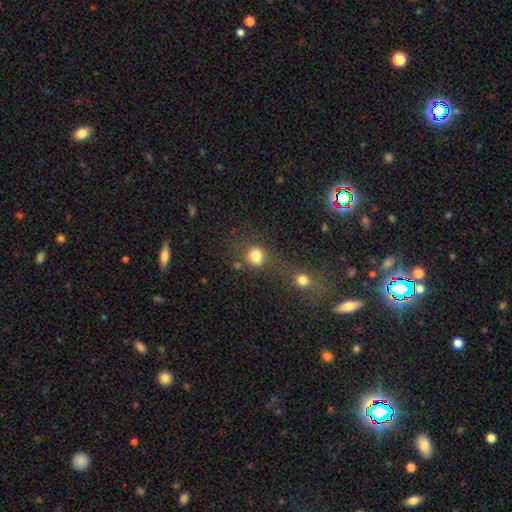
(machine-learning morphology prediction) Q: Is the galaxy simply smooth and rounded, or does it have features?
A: smooth — 79%.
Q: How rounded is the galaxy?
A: round — 68%.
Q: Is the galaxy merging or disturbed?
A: none — 46%.